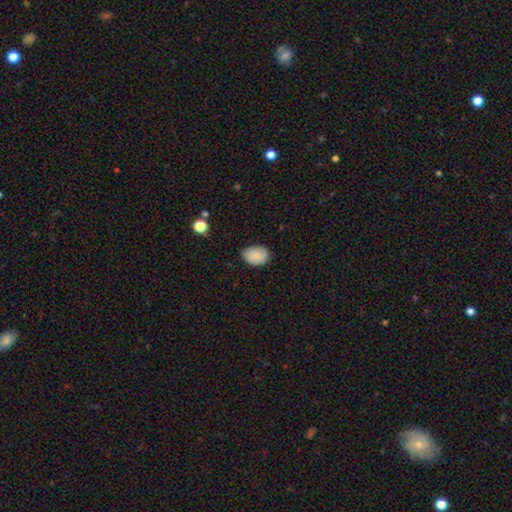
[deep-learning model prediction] smooth-or-featured: smooth: 83% | featured or disk: 8% | star or artifact: 8%
  how-rounded: in between: 68% | round: 31% | cigar-shaped: 1%
  merging: none: 72% | minor disturbance: 23% | major disturbance: 4% | merger: 1%